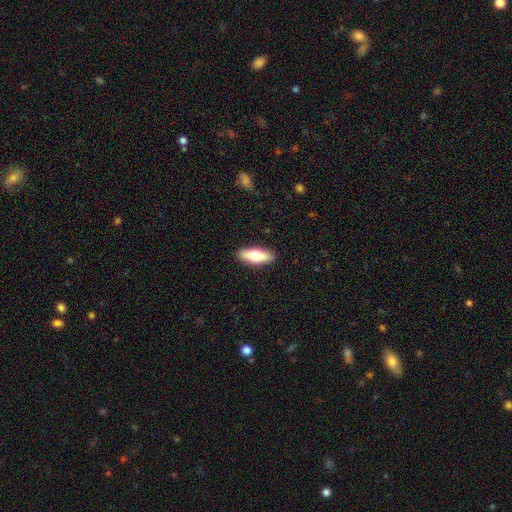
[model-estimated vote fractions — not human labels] The model was most divided on "how rounded": in between: 58%, cigar-shaped: 39%, round: 3%. More confident: merging — none (90%); smooth or featured — smooth (62%).